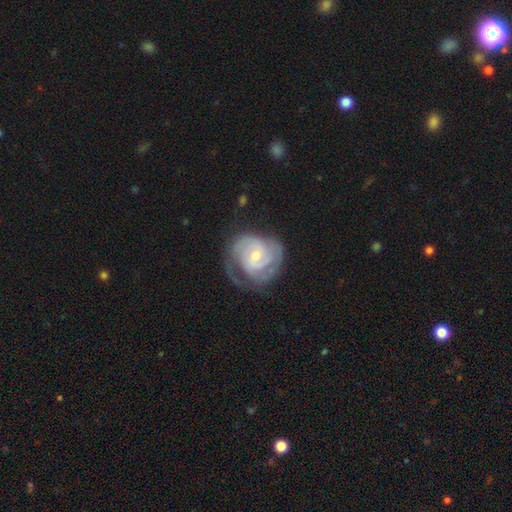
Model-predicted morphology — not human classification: Overall: featured or disk (82%). Edge-on disk: no (98%). Bar: no (59%; weak 35%). Spiral arms: yes (94%). Spiral arm count: 2 (38%; can't tell 28%). Spiral winding: tight (60%; medium 31%). Bulge size: small (54%; moderate 42%). Merging: none (56%; minor disturbance 24%).